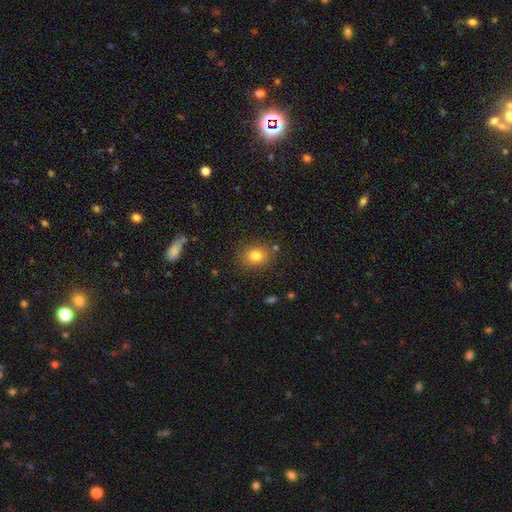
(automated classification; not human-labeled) The model was most divided on "how rounded": round: 60%, in between: 39%, cigar-shaped: 1%. More confident: merging — none (83%); smooth or featured — smooth (80%).